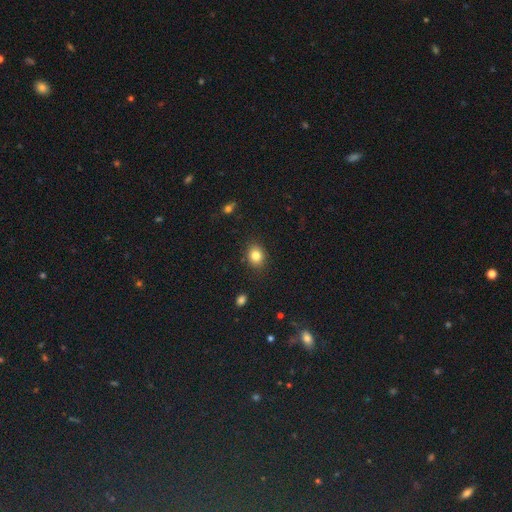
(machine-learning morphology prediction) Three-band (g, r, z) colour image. It shows a smooth galaxy with no disk features (83%) that is round (54%). Merging: none (87%).